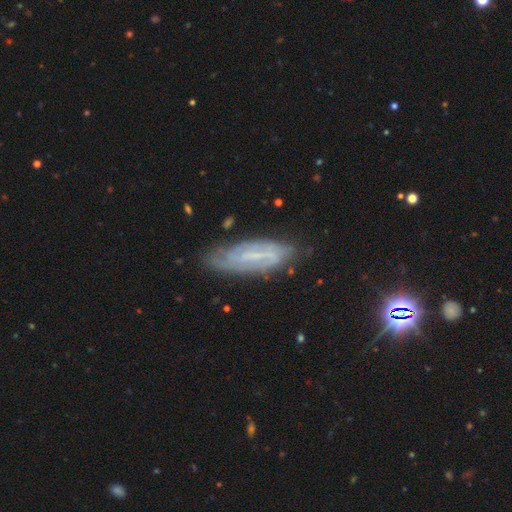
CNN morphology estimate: Smooth or featured? Predicted: featured or disk (p=0.67). Edge-on disk? Predicted: no (p=0.79). Bar? Predicted: weak (p=0.42). Spiral arms? Predicted: yes (p=0.77). Bulge size? Predicted: small (p=0.51). Merging? Predicted: none (p=0.69).